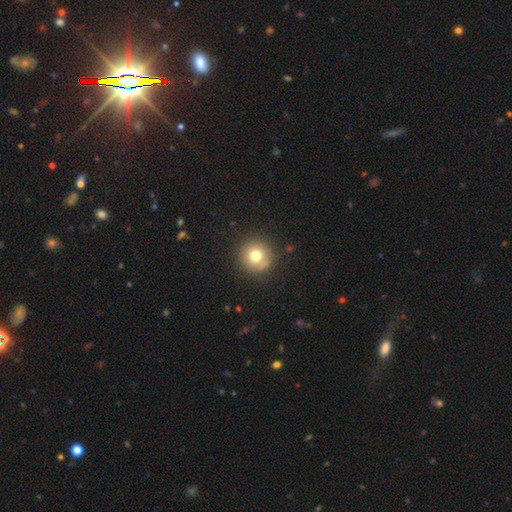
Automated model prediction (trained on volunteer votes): This is likely a smooth galaxy (74%). How rounded: clearly round (95%). Merging: clearly none (86%).